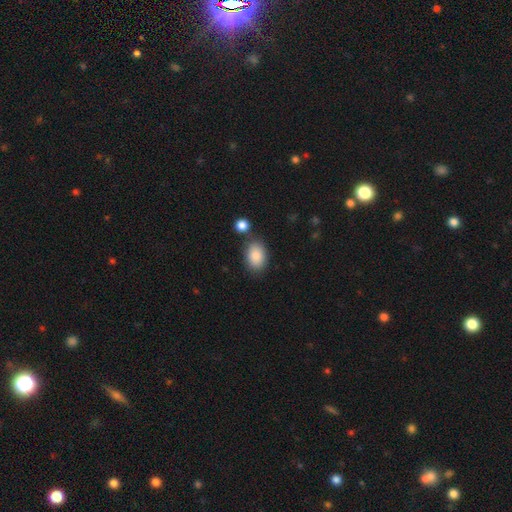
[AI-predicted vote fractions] A smooth galaxy with no disk features (88%) that is in between round and cigar-shaped (84%). Merging: none (73%).